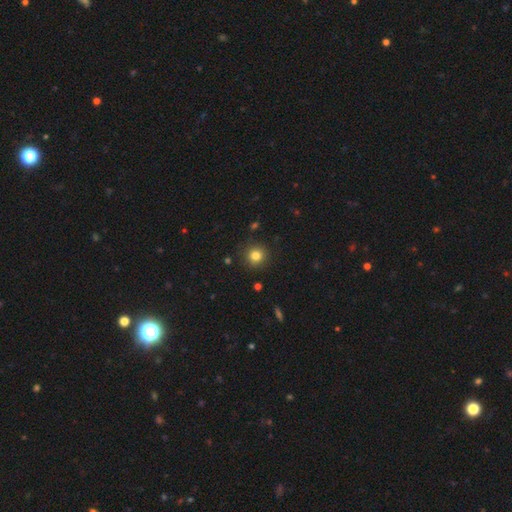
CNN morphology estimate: type=smooth (82%); roundness=round (93%); merging=none (90%).